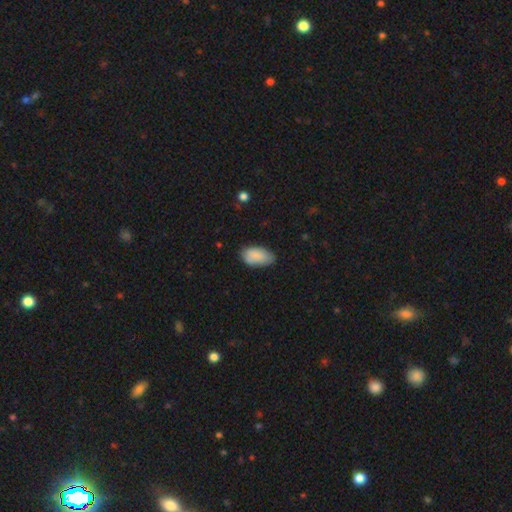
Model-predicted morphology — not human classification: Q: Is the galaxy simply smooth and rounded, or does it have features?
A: smooth — 88%.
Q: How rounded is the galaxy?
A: in between — 95%.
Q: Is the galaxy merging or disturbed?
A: none — 70%.